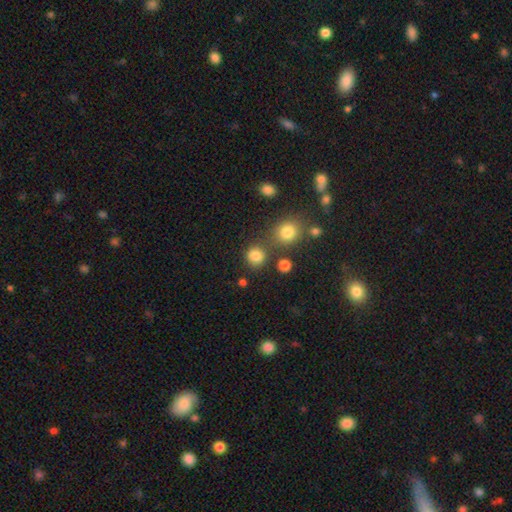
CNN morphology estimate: Smooth or featured? Predicted: smooth (p=0.81). How rounded? Predicted: round (p=0.88). Merging? Predicted: none (p=0.76).